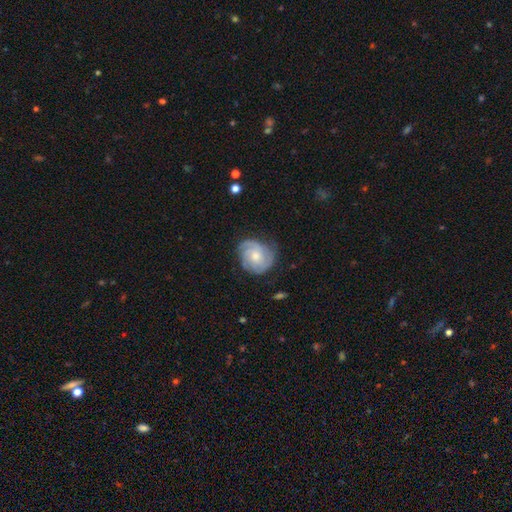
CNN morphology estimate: Overall: featured or disk (75%). Edge-on disk: no (98%). Bar: no (75%). Spiral arms: yes (94%). Spiral arm count: 3 (37%; can't tell 24%). Spiral winding: tight (61%; medium 31%). Bulge size: moderate (57%; small 36%). Merging: none (71%).